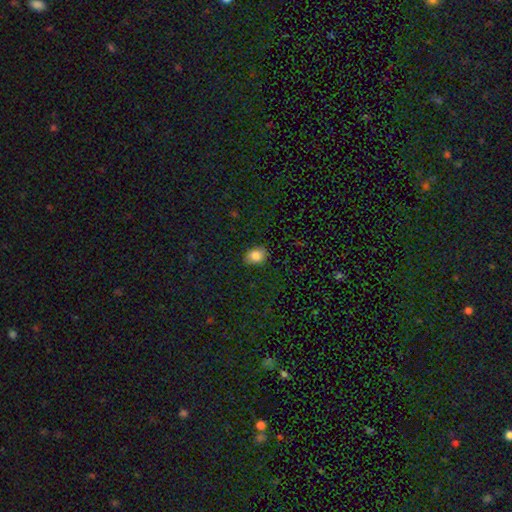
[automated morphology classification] The model was most divided on "how rounded": in between: 66%, round: 33%, cigar-shaped: 1%. More confident: merging — none (85%); smooth or featured — smooth (85%).